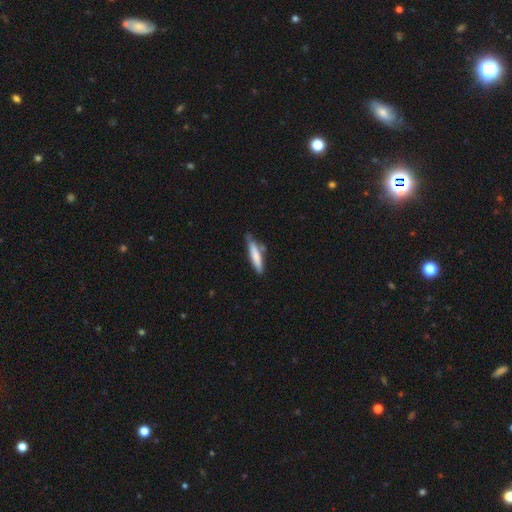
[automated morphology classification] Smooth or featured? smooth (75%)
How rounded? cigar-shaped (84%)
Merging? none (69%)